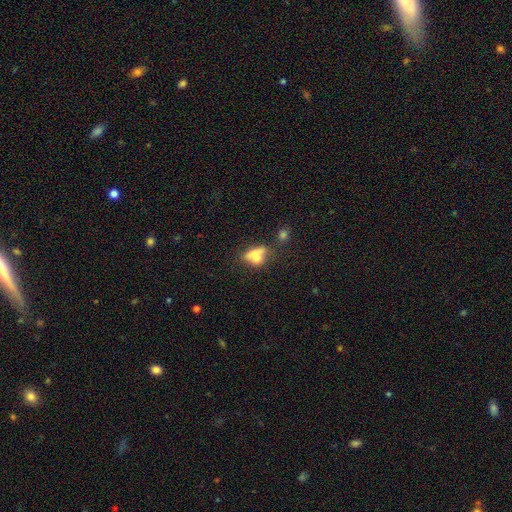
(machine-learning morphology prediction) smooth_or_featured: smooth (p=0.60) [alt: featured or disk p=0.28]
how_rounded: in between (p=0.68) [alt: round p=0.25]
merging: merger (p=0.33) [alt: none p=0.31]